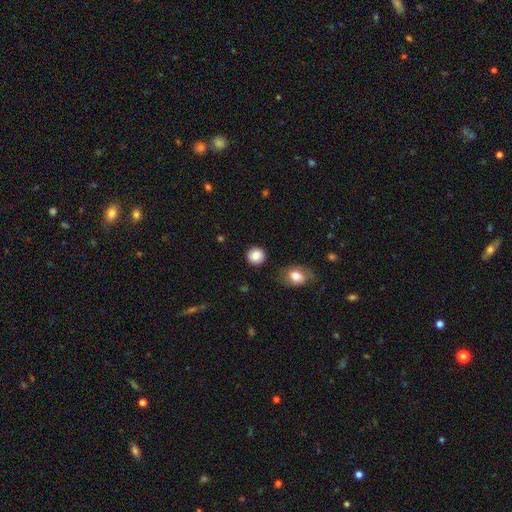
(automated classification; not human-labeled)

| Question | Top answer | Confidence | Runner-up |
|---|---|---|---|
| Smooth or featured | smooth | 86% | star or artifact (8%) |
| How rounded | round | 91% | in between (8%) |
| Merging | none | 87% | minor disturbance (8%) |